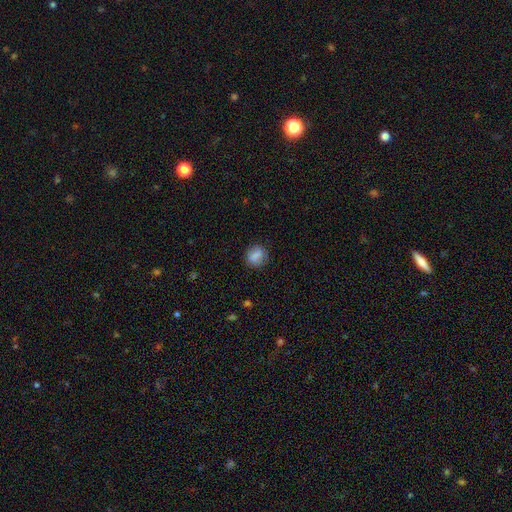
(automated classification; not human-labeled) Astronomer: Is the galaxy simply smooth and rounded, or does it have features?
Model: smooth — 81%.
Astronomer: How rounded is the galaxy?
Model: round — 63%.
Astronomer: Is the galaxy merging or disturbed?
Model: none — 79%.